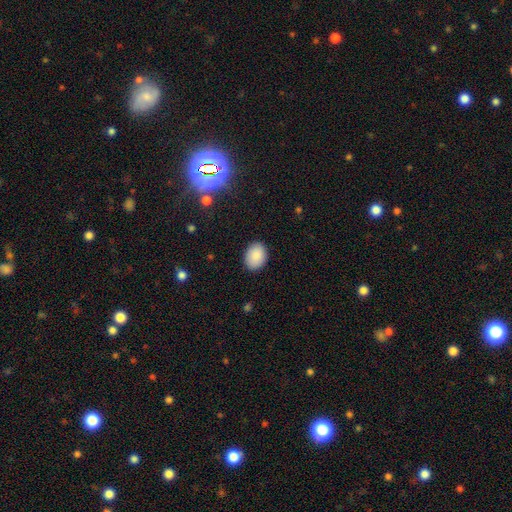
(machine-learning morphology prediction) type=smooth (89%); roundness=in between (70%); merging=none (88%).